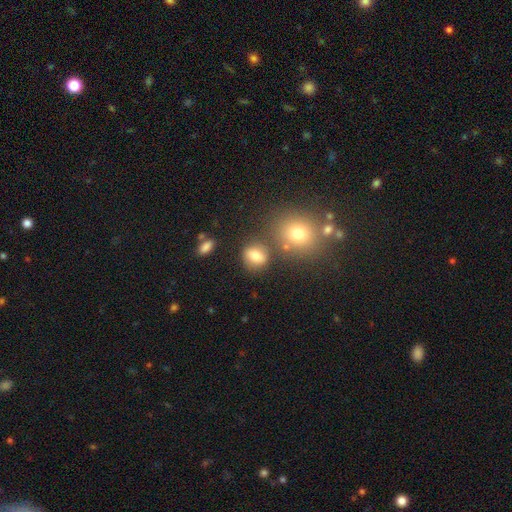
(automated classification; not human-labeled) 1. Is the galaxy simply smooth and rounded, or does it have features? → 77% smooth, 13% star or artifact, 10% featured or disk.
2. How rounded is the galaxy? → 60% round, 39% in between, 2% cigar-shaped.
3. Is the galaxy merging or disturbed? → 71% none, 14% minor disturbance, 10% merger, 5% major disturbance.